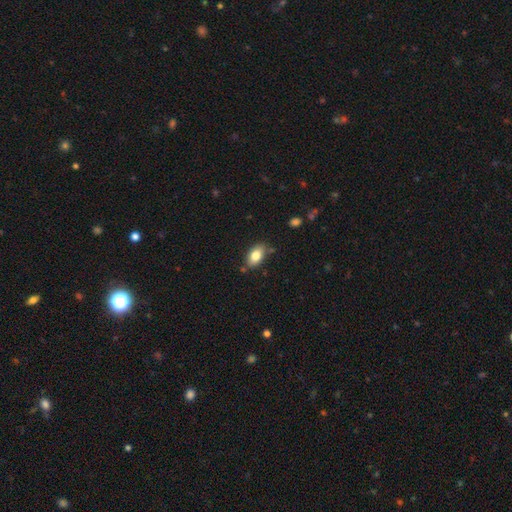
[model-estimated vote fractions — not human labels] smooth_or_featured: smooth (p=0.81) [alt: featured or disk p=0.11]
how_rounded: in between (p=0.90) [alt: round p=0.07]
merging: none (p=0.78) [alt: minor disturbance p=0.15]